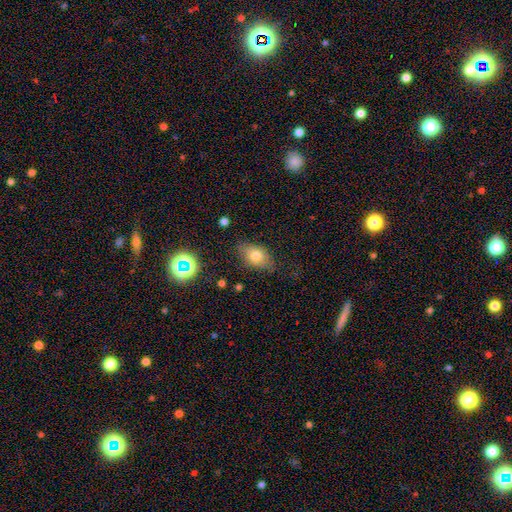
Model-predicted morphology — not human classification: A smooth galaxy with no disk features (74%) that is in between round and cigar-shaped (85%). Merging: none (76%).